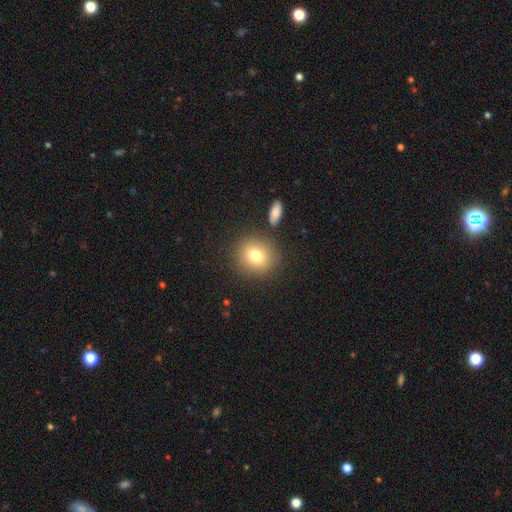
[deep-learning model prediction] A smooth galaxy with no disk features (78%) that is round (73%). Merging: none (83%).